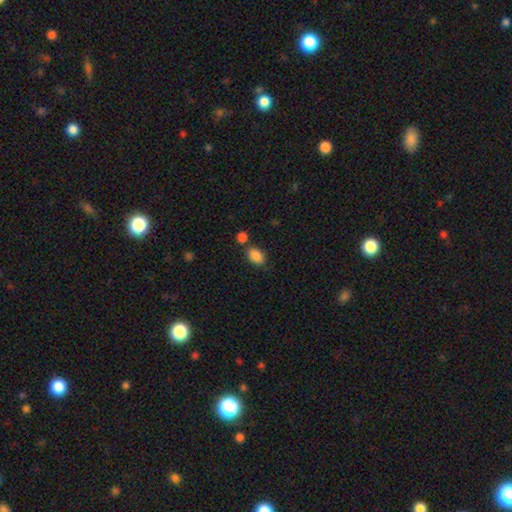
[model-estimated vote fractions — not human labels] Morphology: type=smooth (87%); roundness=in between (85%); merging=none (69%).